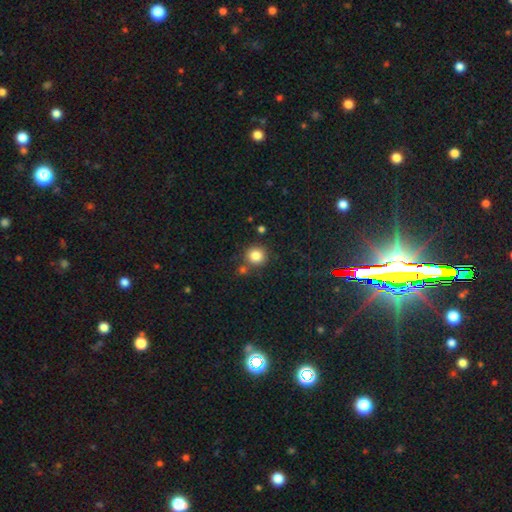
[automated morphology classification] The model was most divided on "merging": none: 77%, merger: 11%, minor disturbance: 9%, major disturbance: 3%. More confident: how rounded — round (91%); smooth or featured — smooth (84%).